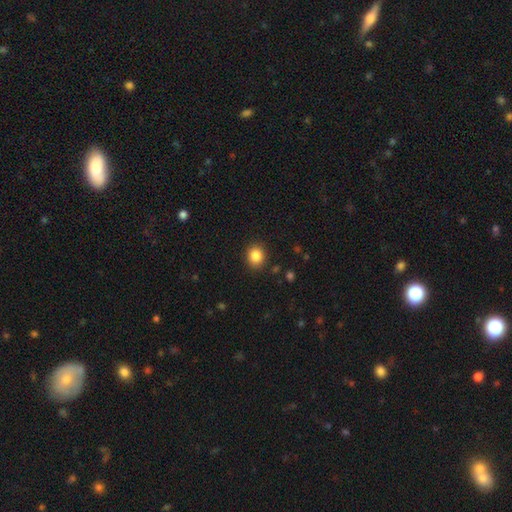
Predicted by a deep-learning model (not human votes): The model was most divided on "how rounded": round: 73%, in between: 26%, cigar-shaped: 1%. More confident: merging — none (90%); smooth or featured — smooth (85%).